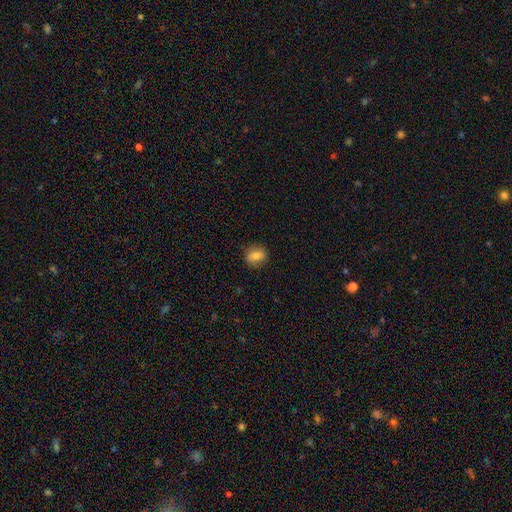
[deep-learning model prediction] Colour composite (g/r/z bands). It shows a smooth galaxy with no disk features (76%) that is round (55%). Merging: none (86%).